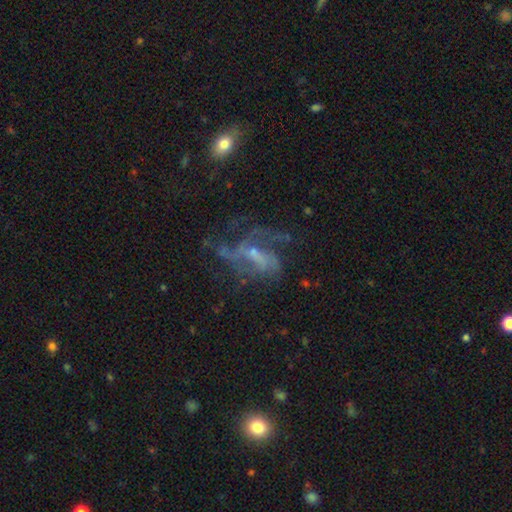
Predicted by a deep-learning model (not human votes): This appears to be a featured or disk galaxy (77%) with no bar (44%), medium (41%, tied with loose) spiral arms (80%) and a small central bulge (61%). Merging: none (43%).